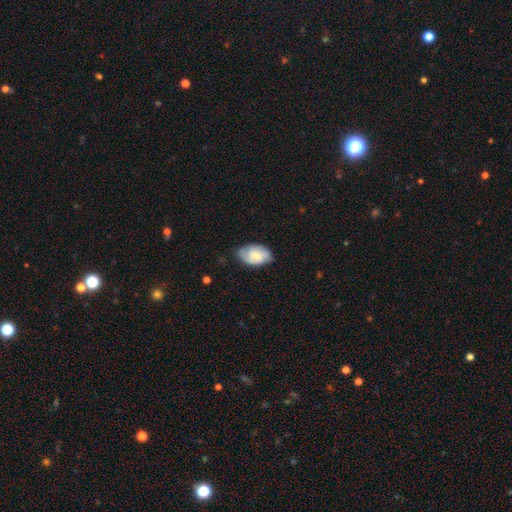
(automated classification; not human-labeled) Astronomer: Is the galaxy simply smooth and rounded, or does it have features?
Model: featured or disk — 50% (runner-up: smooth, 43%).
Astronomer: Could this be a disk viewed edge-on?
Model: no — 96%.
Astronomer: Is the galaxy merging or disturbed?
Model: none — 66%.